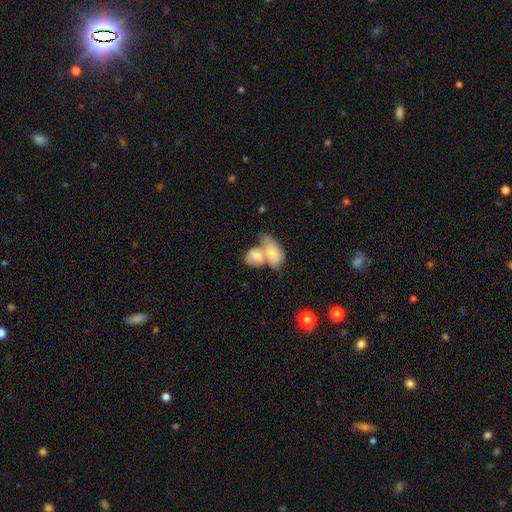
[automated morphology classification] A smooth galaxy with no disk features (74%) that is in between round and cigar-shaped (81%).

Vote fractions:
- Smooth or featured? smooth: 74% / featured or disk: 20% / star or artifact: 6%
- How rounded? in between: 81% / round: 17% / cigar-shaped: 2%
- Merging? merger: 74% / none: 15% / minor disturbance: 7% / major disturbance: 4%